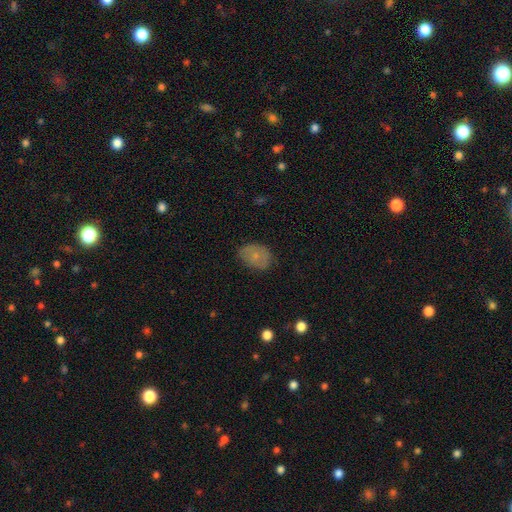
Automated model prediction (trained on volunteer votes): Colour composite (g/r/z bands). It shows a smooth galaxy with no disk features (68%) that is in between round and cigar-shaped (73%). Merging: none (69%).